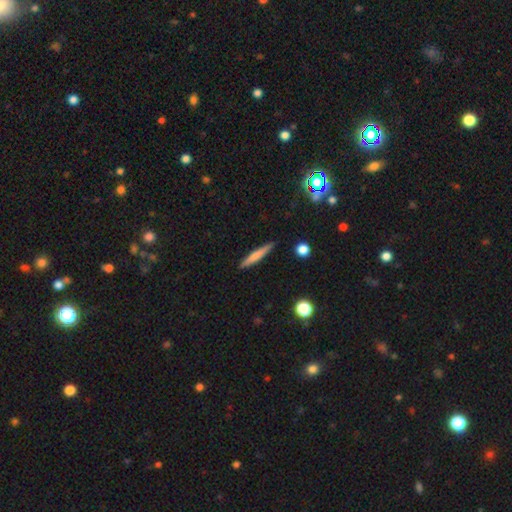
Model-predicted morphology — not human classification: Smooth or featured: smooth — 61% (featured or disk — 33%)
How rounded: cigar-shaped — 94% (in between — 4%)
Merging: none — 90% (minor disturbance — 7%)